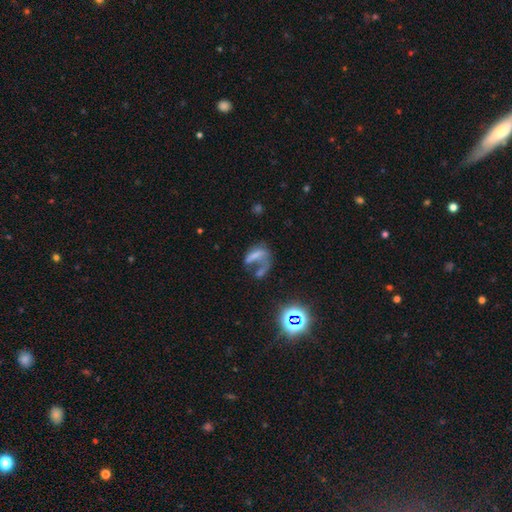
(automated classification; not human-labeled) A smooth galaxy with no disk features (42%). Merging: major disturbance (37%).